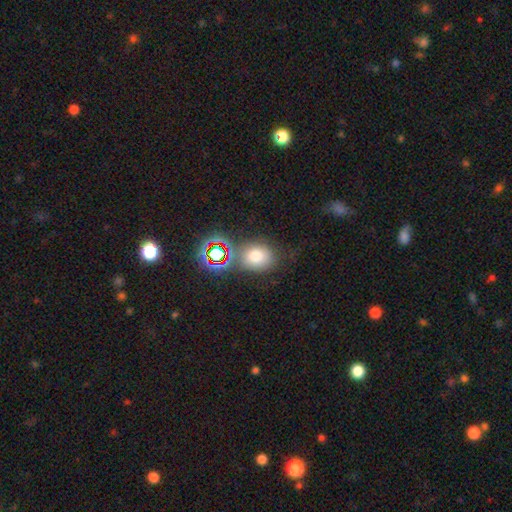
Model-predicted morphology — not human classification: This is likely a smooth galaxy (69%). How rounded: possibly round (56%). Merging: likely none (63%).